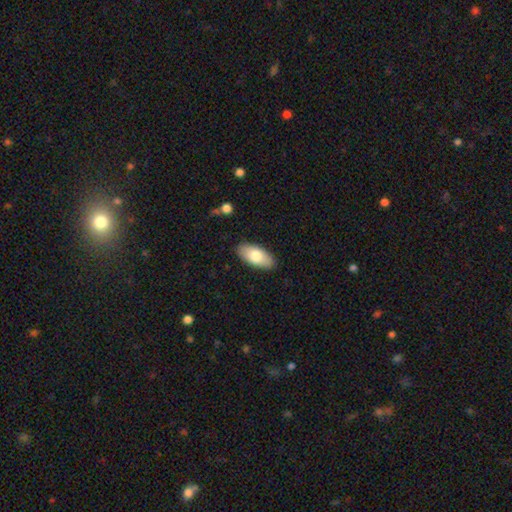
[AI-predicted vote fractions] Smooth or featured: smooth — 78% (featured or disk — 16%)
How rounded: in between — 92% (cigar-shaped — 6%)
Merging: none — 88% (minor disturbance — 9%)